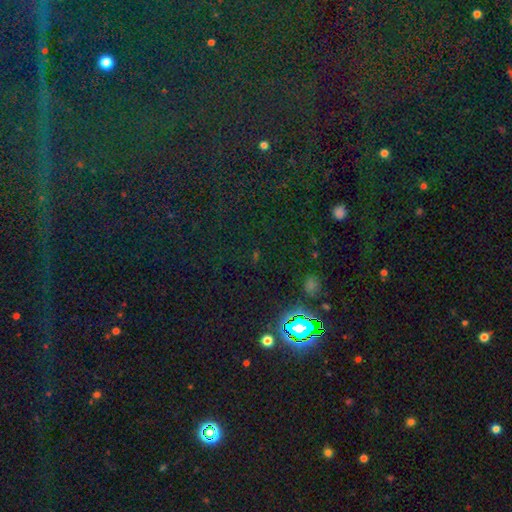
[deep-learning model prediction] A star or artifact, not a galaxy (75%).

Vote fractions:
- Smooth or featured? star or artifact: 75% / smooth: 18% / featured or disk: 8%